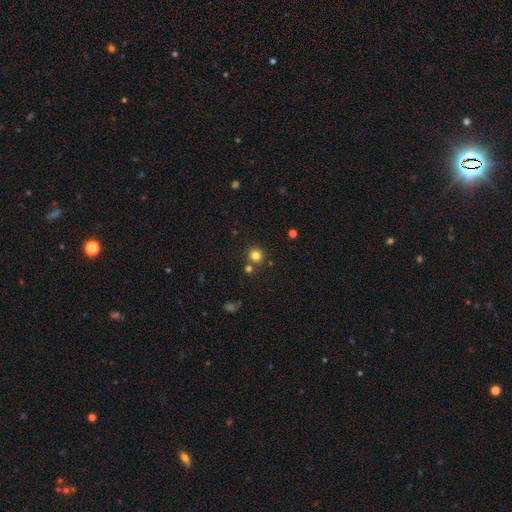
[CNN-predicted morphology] A smooth galaxy with no disk features (79%) that is round (93%). Merging: none (80%).